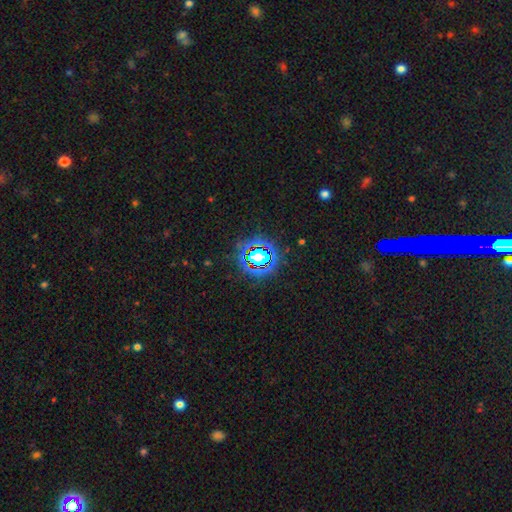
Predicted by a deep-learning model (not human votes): Smooth or featured? star or artifact (70%)